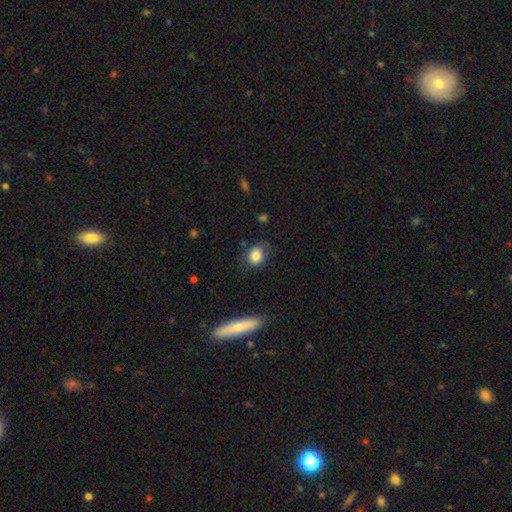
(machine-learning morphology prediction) A smooth galaxy with no disk features (85%) that is in between round and cigar-shaped (54%).

Vote fractions:
- Smooth or featured? smooth: 85% / star or artifact: 9% / featured or disk: 7%
- How rounded? in between: 54% / round: 45% / cigar-shaped: 2%
- Merging? none: 71% / minor disturbance: 21% / major disturbance: 6% / merger: 2%